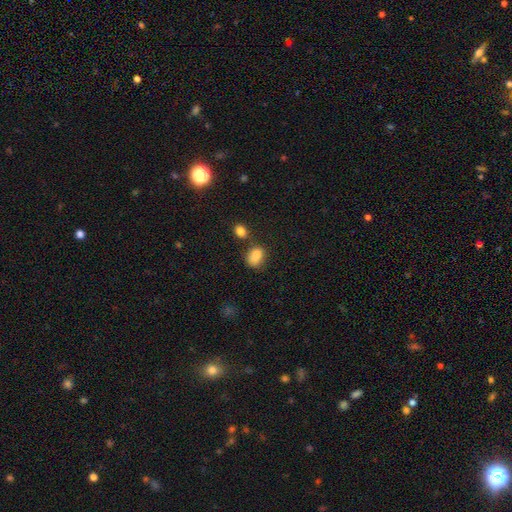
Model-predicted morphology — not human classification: Smooth or featured? smooth (85%)
How rounded? in between (72%)
Merging? none (57%)